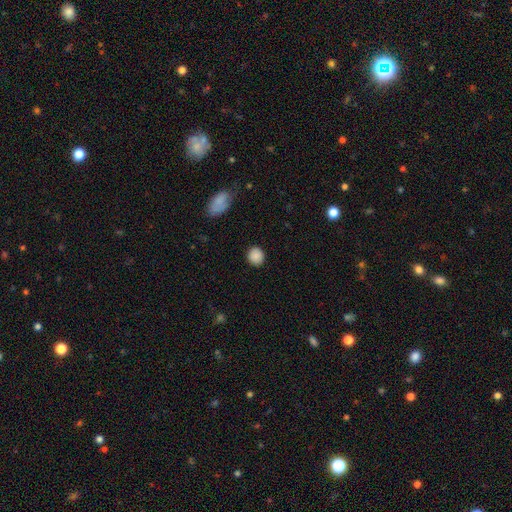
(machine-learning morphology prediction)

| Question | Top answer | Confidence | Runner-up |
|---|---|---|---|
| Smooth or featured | smooth | 87% | star or artifact (9%) |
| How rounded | round | 83% | in between (16%) |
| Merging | none | 89% | minor disturbance (8%) |